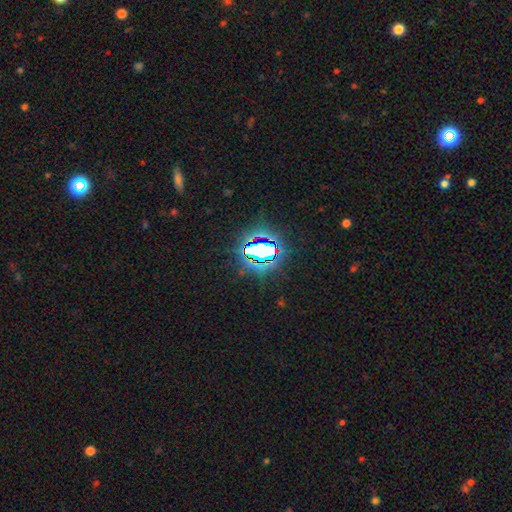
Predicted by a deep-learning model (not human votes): A star or artifact, not a galaxy (71%).